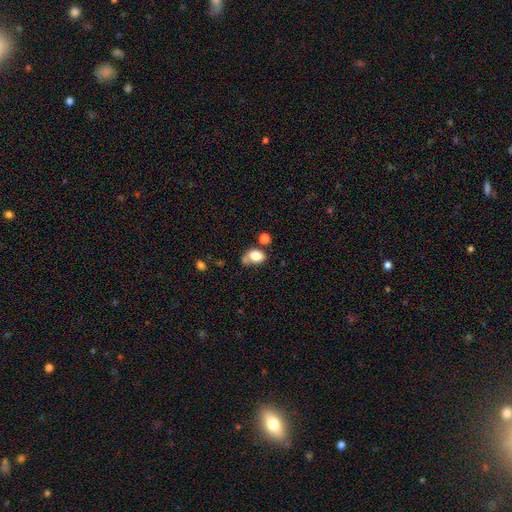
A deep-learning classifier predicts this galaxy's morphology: smooth-or-featured: smooth: 80% | featured or disk: 11% | star or artifact: 9%
  how-rounded: in between: 68% | round: 30% | cigar-shaped: 1%
  merging: none: 41% | minor disturbance: 24% | merger: 22% | major disturbance: 13%